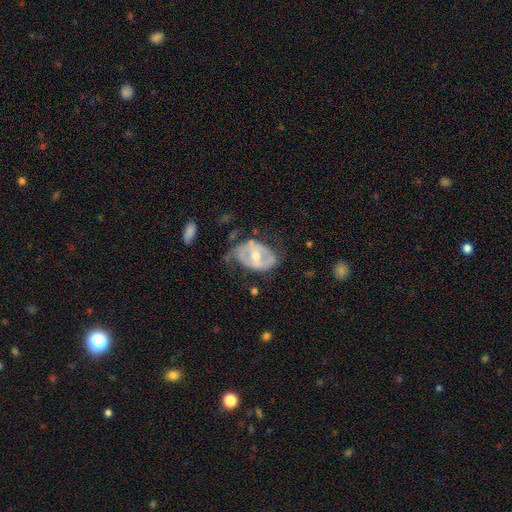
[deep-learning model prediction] This appears to be a featured or disk galaxy (67%) with no bar (37%), no spiral arms (56%) and a moderate central bulge (69%). Merging: none (45%).